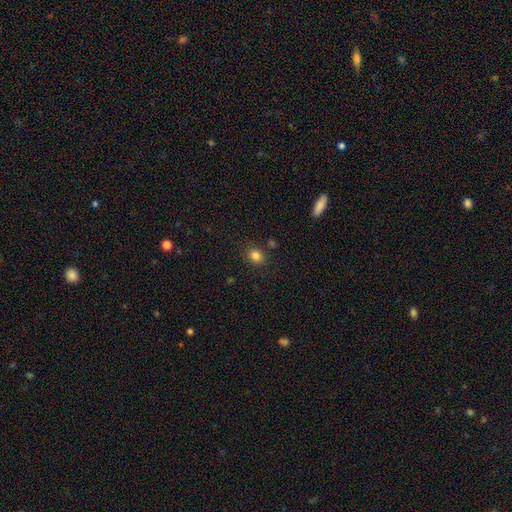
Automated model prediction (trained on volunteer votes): Smooth or featured: smooth — 82% (star or artifact — 13%)
How rounded: round — 78% (in between — 21%)
Merging: none — 85% (minor disturbance — 8%)